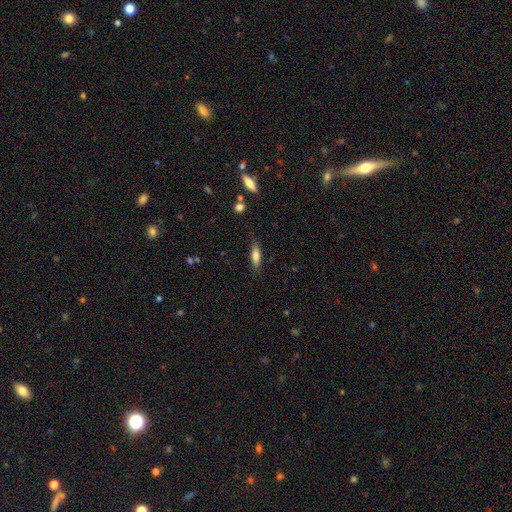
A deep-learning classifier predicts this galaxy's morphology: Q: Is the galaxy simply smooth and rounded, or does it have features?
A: smooth — 74%.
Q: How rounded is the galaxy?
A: cigar-shaped — 56%.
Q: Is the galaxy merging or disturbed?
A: none — 81%.